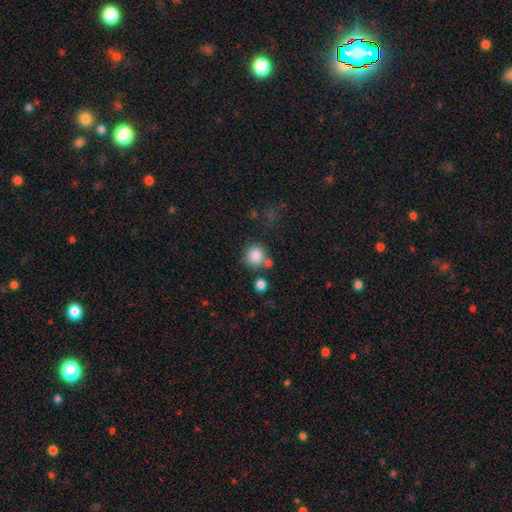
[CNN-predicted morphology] smooth_or_featured: smooth (p=0.84) [alt: star or artifact p=0.10]
how_rounded: round (p=0.88) [alt: in between p=0.11]
merging: none (p=0.67) [alt: merger p=0.16]